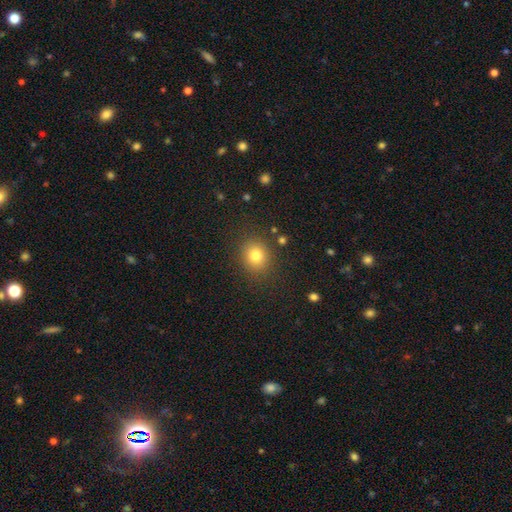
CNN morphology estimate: Overall: smooth (80%). How rounded: round (74%). Merging: none (85%).